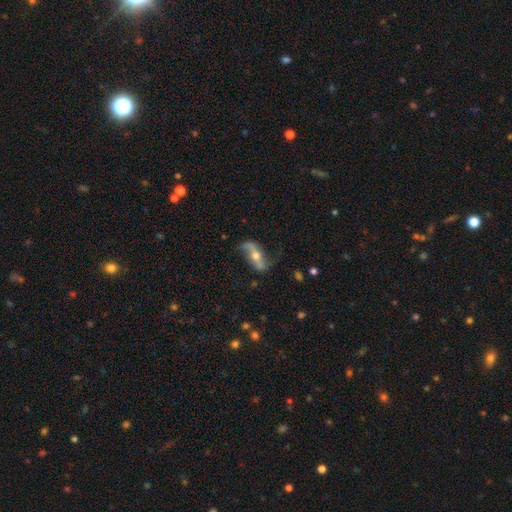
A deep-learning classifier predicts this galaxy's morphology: This appears to be a featured or disk galaxy (78%) with a strong bar (40%), 2 (91%) loose (82%) spiral arms (89%) and a moderate central bulge (63%). Merging: none (70%).